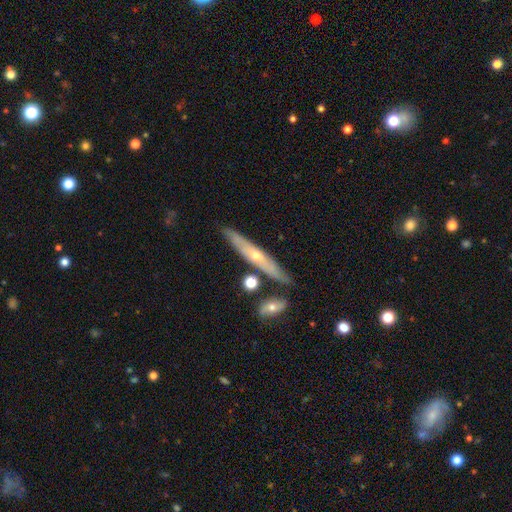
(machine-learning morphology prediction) Smooth or featured? featured or disk (64%)
Edge-on disk? yes (79%)
Merging? none (78%)